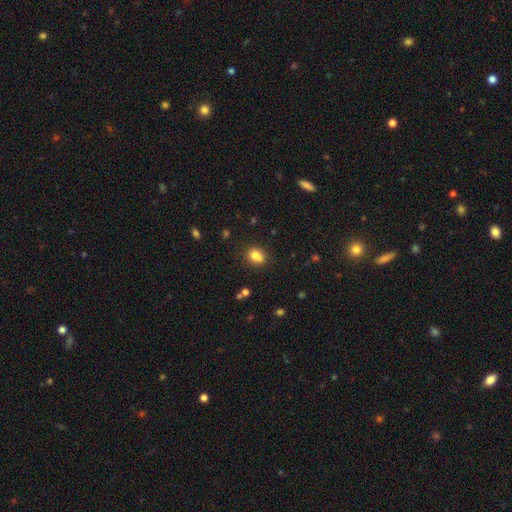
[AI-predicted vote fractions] The model was most divided on "how rounded": round: 53%, in between: 45%, cigar-shaped: 1%. More confident: smooth or featured — smooth (78%); merging — none (59%).